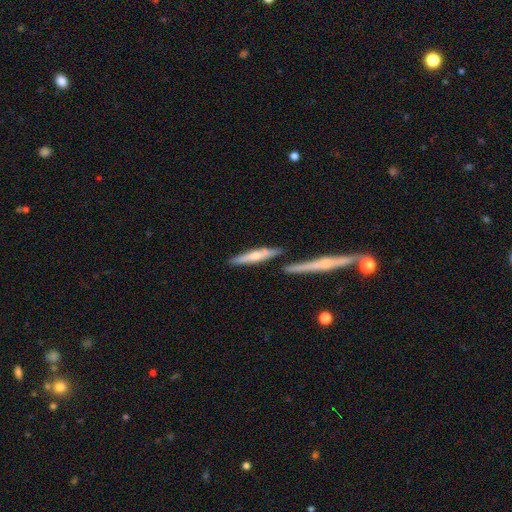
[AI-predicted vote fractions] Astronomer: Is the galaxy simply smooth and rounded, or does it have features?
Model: smooth — 53% (runner-up: featured or disk, 42%).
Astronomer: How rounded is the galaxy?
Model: cigar-shaped — 89%.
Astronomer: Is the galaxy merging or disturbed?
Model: none — 71%.